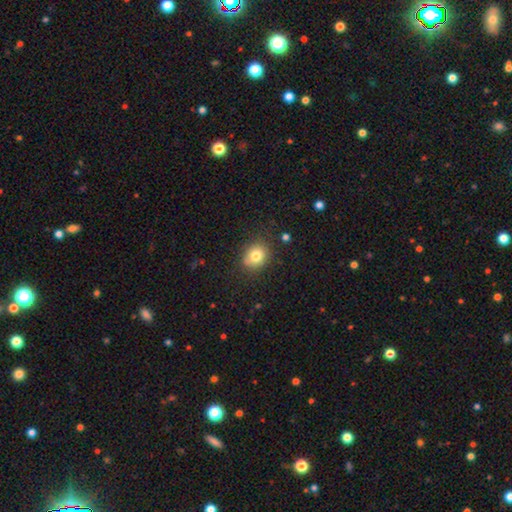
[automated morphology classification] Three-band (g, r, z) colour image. It shows a smooth galaxy with no disk features (78%) that is round (63%). Merging: none (80%).